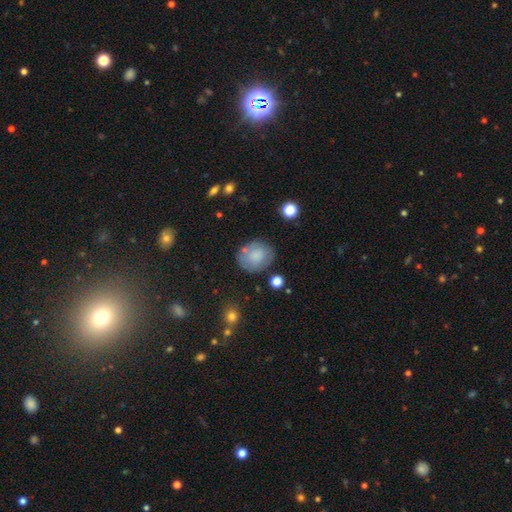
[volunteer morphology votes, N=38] Overall: smooth (79%). How rounded: round (63%; in between 37%). Merging: none (66%).